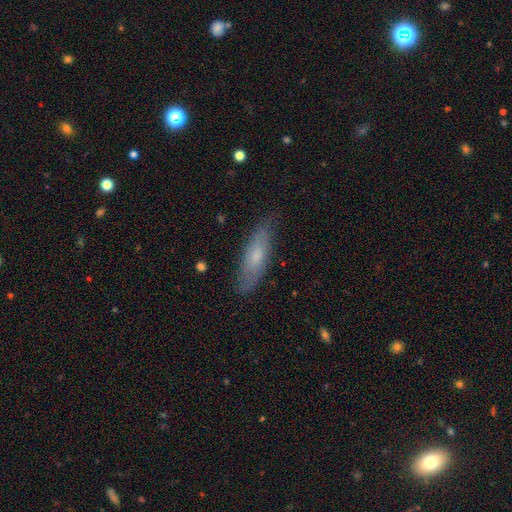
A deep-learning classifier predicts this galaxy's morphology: Smooth or featured: smooth — 59% (featured or disk — 35%)
How rounded: cigar-shaped — 55% (in between — 43%)
Merging: none — 79% (minor disturbance — 16%)